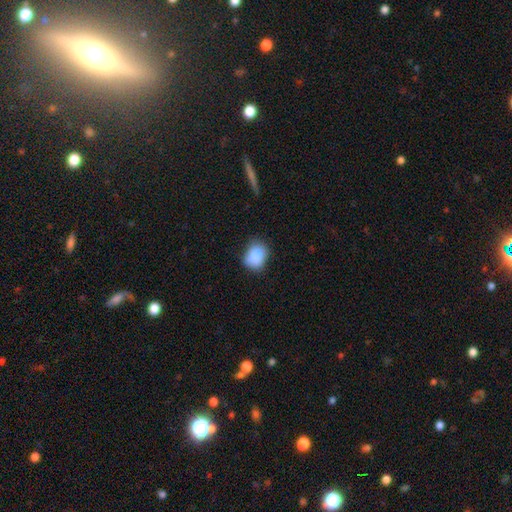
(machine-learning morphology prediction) Smooth or featured? smooth (87%)
How rounded? in between (58%)
Merging? none (66%)